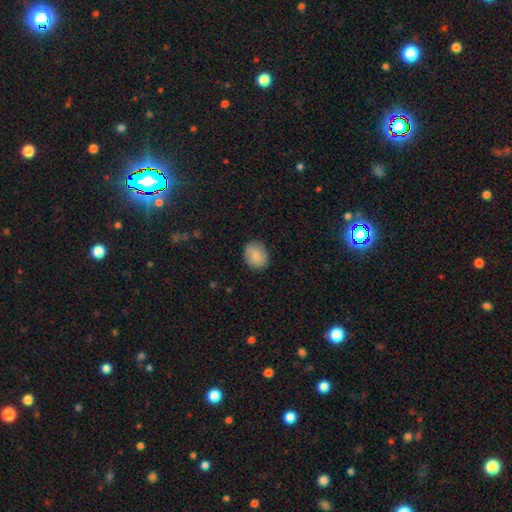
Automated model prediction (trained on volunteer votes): Smooth or featured: smooth — 80% (featured or disk — 13%)
How rounded: in between — 51% (round — 48%)
Merging: none — 82% (minor disturbance — 14%)